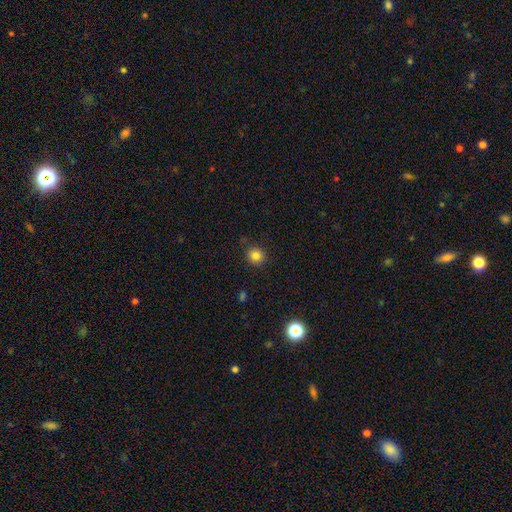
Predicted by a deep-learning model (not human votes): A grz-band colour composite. It shows a smooth galaxy with no disk features (83%) that is round (92%). Merging: none (89%).